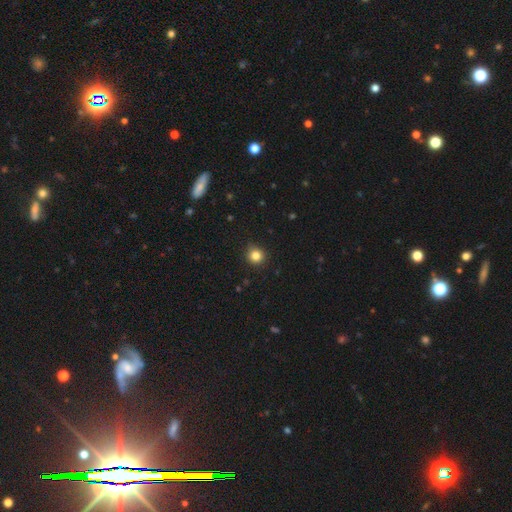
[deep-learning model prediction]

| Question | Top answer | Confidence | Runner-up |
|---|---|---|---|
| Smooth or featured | smooth | 83% | star or artifact (12%) |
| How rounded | round | 91% | in between (8%) |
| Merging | none | 89% | minor disturbance (8%) |